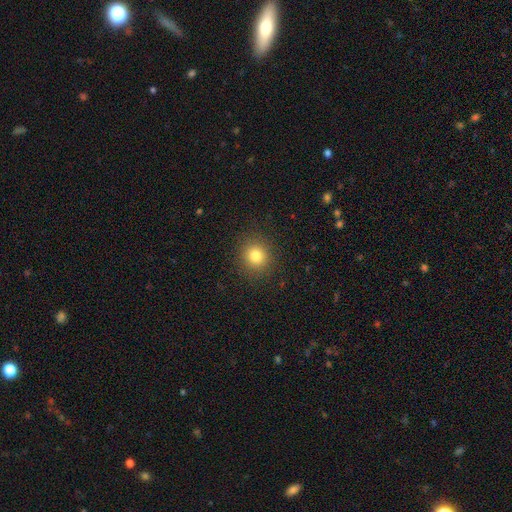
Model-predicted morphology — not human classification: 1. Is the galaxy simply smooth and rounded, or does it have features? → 80% smooth, 13% star or artifact, 7% featured or disk.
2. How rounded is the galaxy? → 87% round, 12% in between, 1% cigar-shaped.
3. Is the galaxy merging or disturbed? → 90% none, 6% minor disturbance, 3% major disturbance, 1% merger.